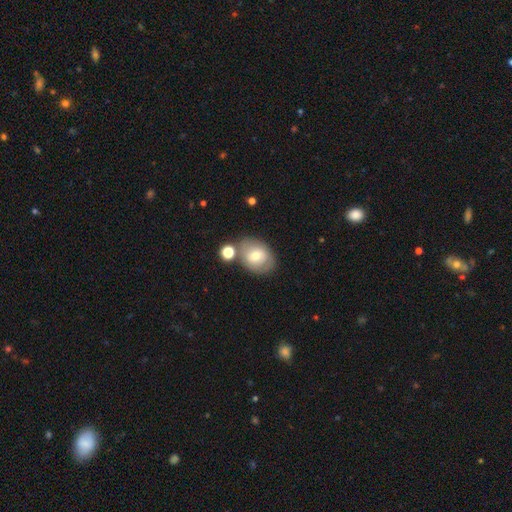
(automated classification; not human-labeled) This is likely a smooth galaxy (66%). How rounded: possibly in between (59%). Merging: likely none (64%).